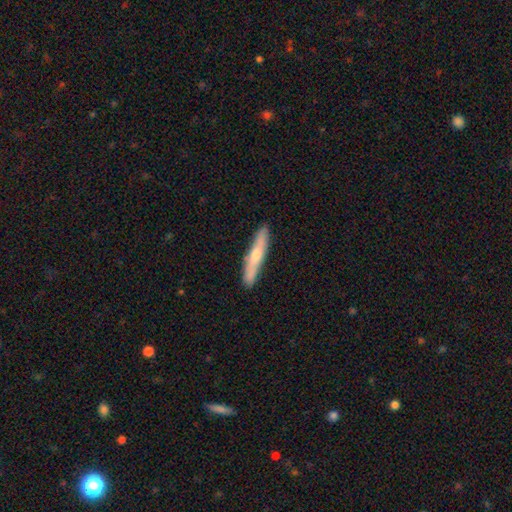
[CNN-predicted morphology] smooth 57%, featured or disk 38%, star or artifact 5%. Down the decision tree: how rounded — cigar-shaped (91%); merging — none (87%).